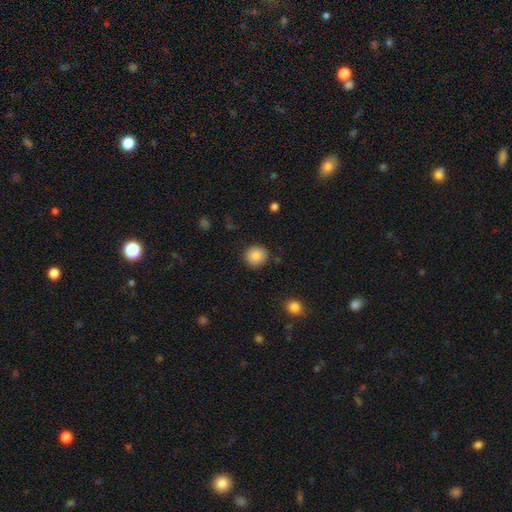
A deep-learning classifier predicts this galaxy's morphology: A smooth galaxy with no disk features (87%) that is round (90%). Merging: none (88%).